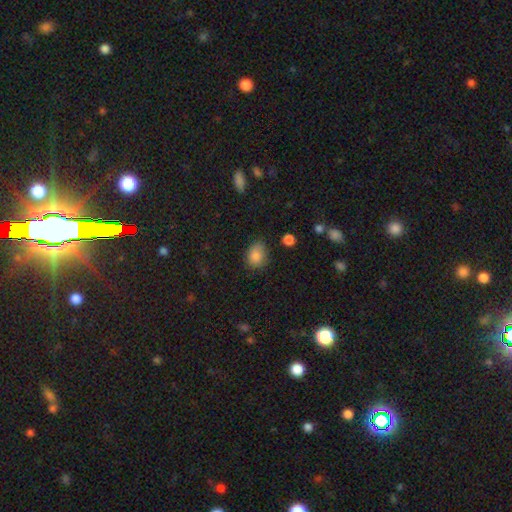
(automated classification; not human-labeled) This is clearly a smooth galaxy (85%). How rounded: possibly in between (52%). Merging: likely none (69%).